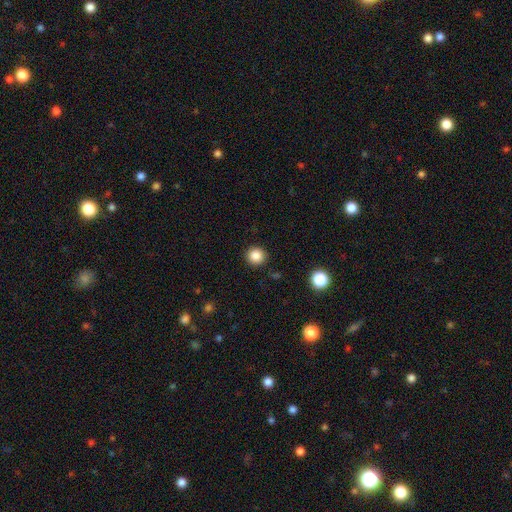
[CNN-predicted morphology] A smooth galaxy with no disk features (85%) that is round (94%). Merging: none (92%).